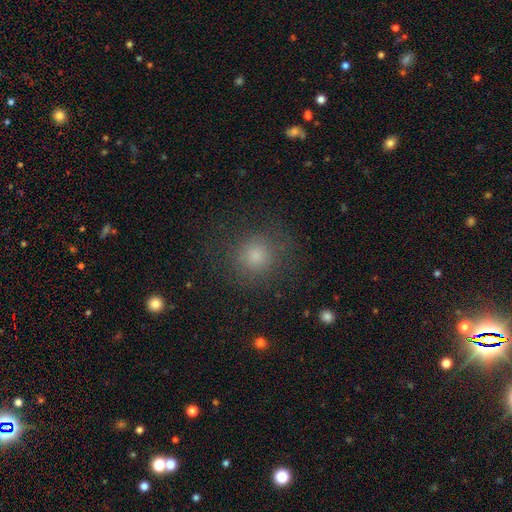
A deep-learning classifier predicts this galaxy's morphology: Smooth or featured? smooth (78%)
How rounded? round (90%)
Merging? none (79%)